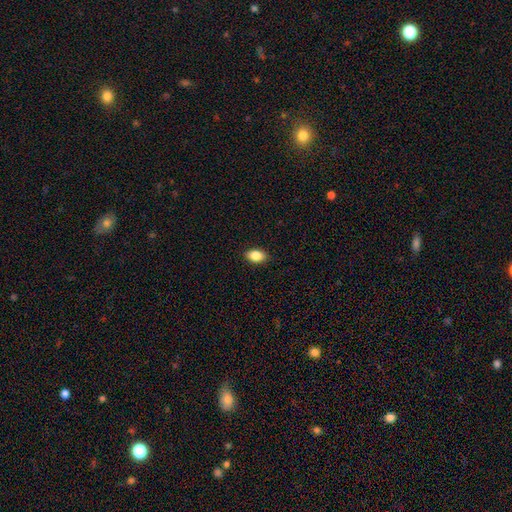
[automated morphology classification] Smooth or featured: smooth — 86% (star or artifact — 8%)
How rounded: in between — 88% (round — 11%)
Merging: none — 88% (minor disturbance — 9%)